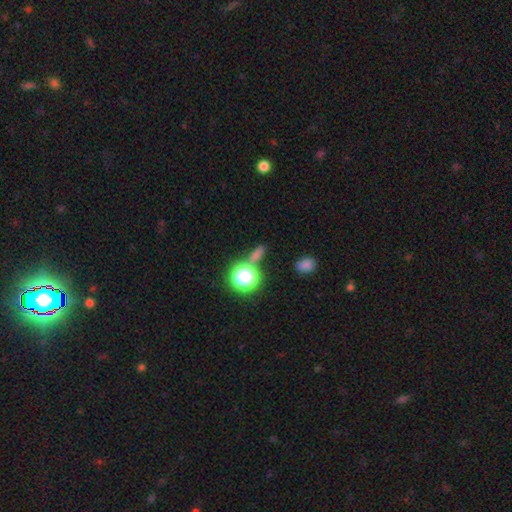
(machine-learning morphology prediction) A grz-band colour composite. It shows a smooth galaxy with no disk features (51%) that is round (51%). Merging: none (70%).